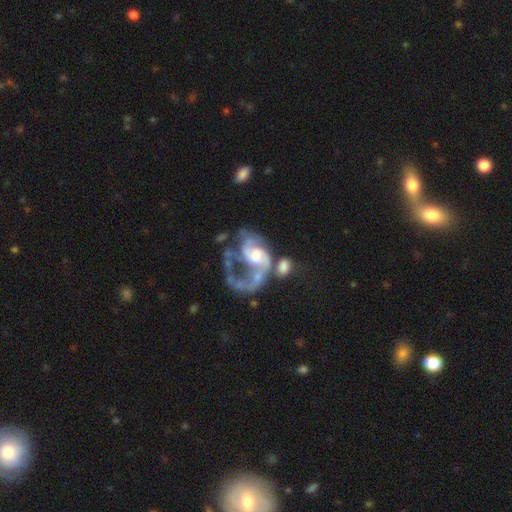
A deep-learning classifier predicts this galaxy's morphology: smooth-or-featured: featured or disk: 82% | smooth: 11% | star or artifact: 7%
  disk-edge-on: no: 98% | yes: 2%
    bar: no: 60% | weak: 32% | strong: 9%
    has-spiral-arms: yes: 84% | no: 16%
      spiral-winding: loose: 45% | medium: 38% | tight: 17%
      spiral-arm-count: 1: 46% | 2: 35% | can't tell: 12% | 3: 4% | 4: 2% | more than 4: 2%
    bulge-size: moderate: 49% | small: 19% | large: 19% | none: 10% | dominant: 3%
  merging: merger: 38% | major disturbance: 37% | none: 16% | minor disturbance: 9%